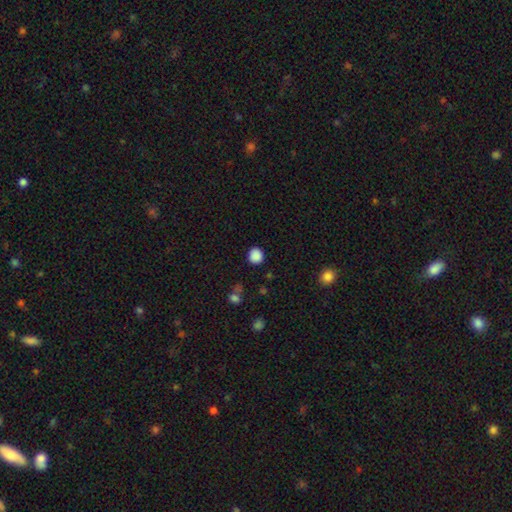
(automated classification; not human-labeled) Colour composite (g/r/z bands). It shows a smooth galaxy with no disk features (87%) that is round (87%). Merging: none (88%).